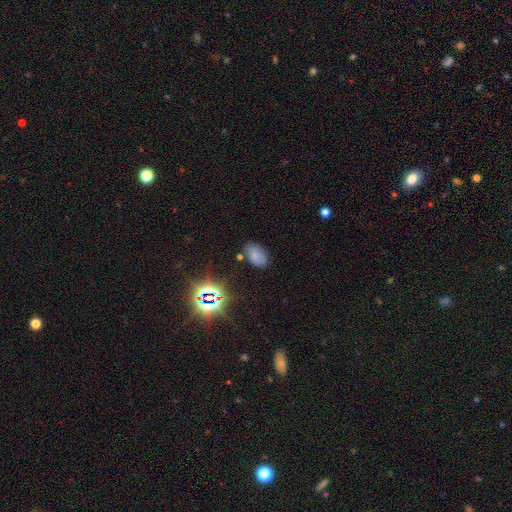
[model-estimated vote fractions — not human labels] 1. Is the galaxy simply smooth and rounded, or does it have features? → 65% smooth, 21% star or artifact, 14% featured or disk.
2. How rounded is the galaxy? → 90% in between, 8% round, 1% cigar-shaped.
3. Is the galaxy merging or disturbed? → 75% none, 17% minor disturbance, 5% major disturbance, 3% merger.